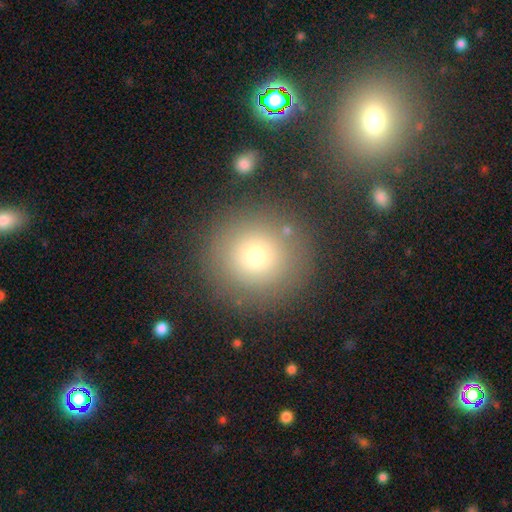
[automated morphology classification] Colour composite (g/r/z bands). It shows a smooth galaxy with no disk features (71%) that is round (95%). Merging: none (84%).